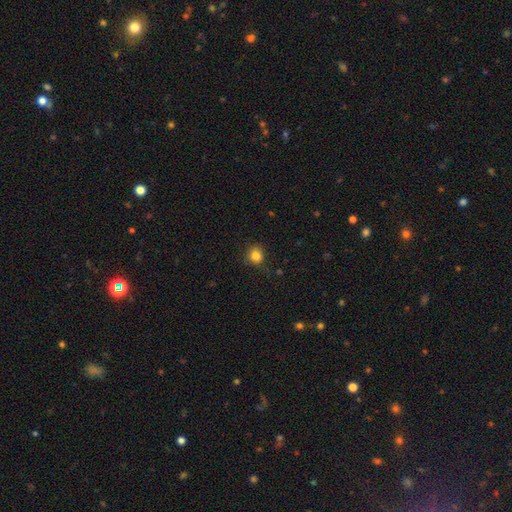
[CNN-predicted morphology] Smooth or featured? smooth (83%)
How rounded? round (80%)
Merging? none (79%)